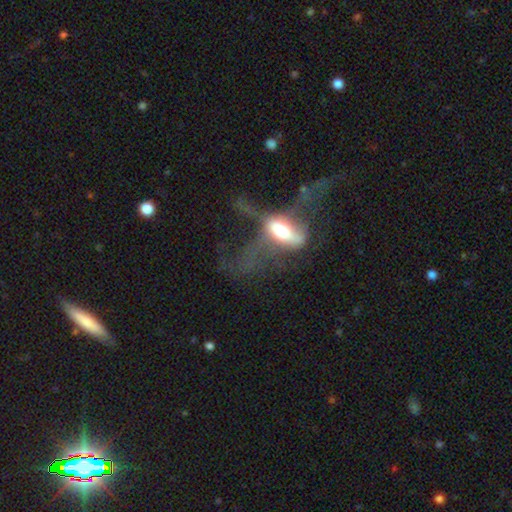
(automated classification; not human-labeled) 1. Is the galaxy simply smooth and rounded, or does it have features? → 63% featured or disk, 21% smooth, 16% star or artifact.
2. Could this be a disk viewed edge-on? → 69% no, 31% yes.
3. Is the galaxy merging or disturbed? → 56% major disturbance, 22% none, 12% minor disturbance, 9% merger.